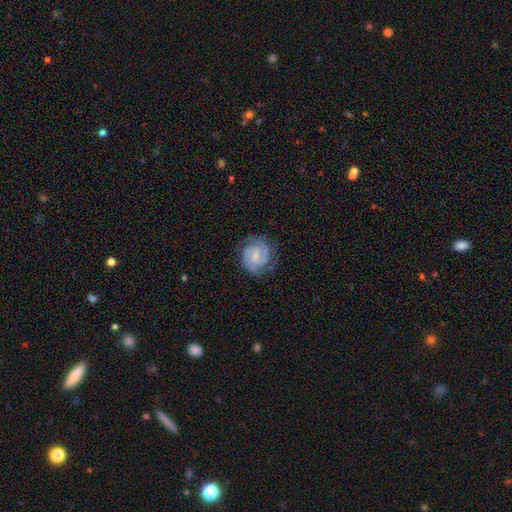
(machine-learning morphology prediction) type=featured or disk (78%); edge-on=no (98%); bar=weak (51%); spiral arms=yes (95%); winding=tight (61%); arm count=2 (40%); bulge=small (62%); merging=none (76%).